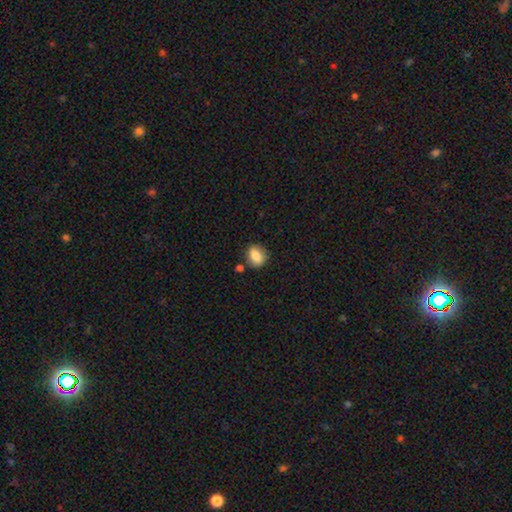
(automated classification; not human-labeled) A smooth galaxy with no disk features (81%) that is round (51%). Merging: none (76%).